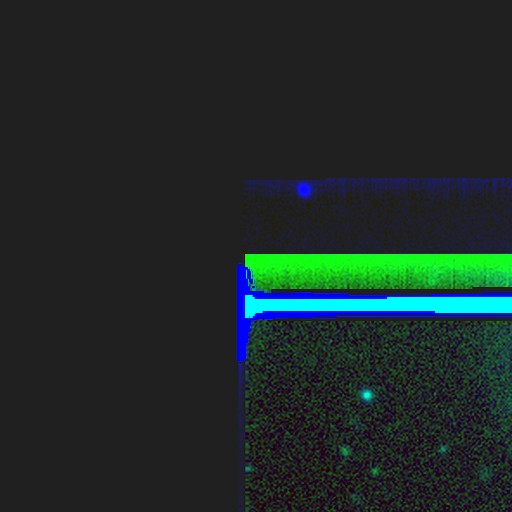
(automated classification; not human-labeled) Smooth or featured? Predicted: star or artifact (p=0.78).